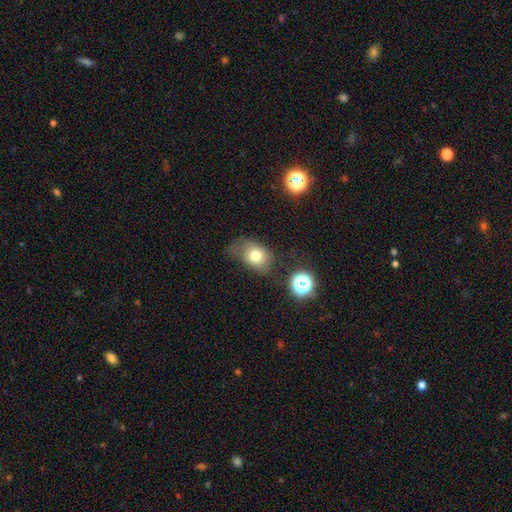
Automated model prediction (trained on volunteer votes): smooth_or_featured: smooth (p=0.73) [alt: featured or disk p=0.14]
how_rounded: in between (p=0.62) [alt: round p=0.37]
merging: none (p=0.44) [alt: minor disturbance p=0.33]